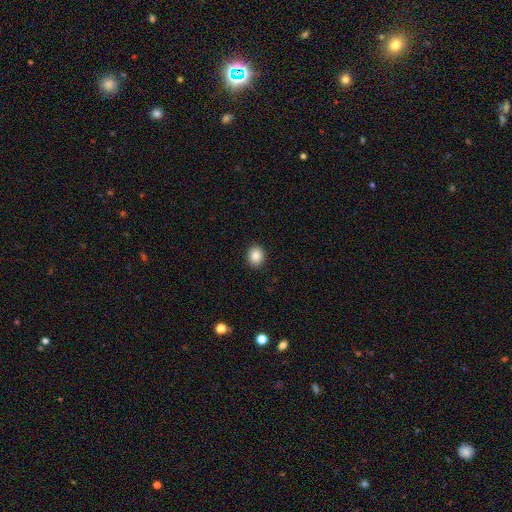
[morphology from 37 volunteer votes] This is clearly a smooth galaxy (89%). How rounded: likely round (61%). Merging: clearly none (94%).